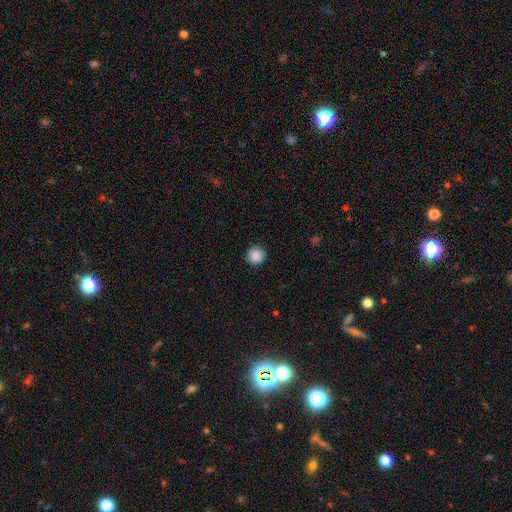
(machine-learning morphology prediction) Smooth or featured?
  - smooth: 88% *
  - star or artifact: 9%
  - featured or disk: 3%
How rounded?
  - round: 93% *
  - in between: 6%
  - cigar-shaped: 1%
Merging?
  - none: 89% *
  - minor disturbance: 8%
  - major disturbance: 2%
  - merger: 1%